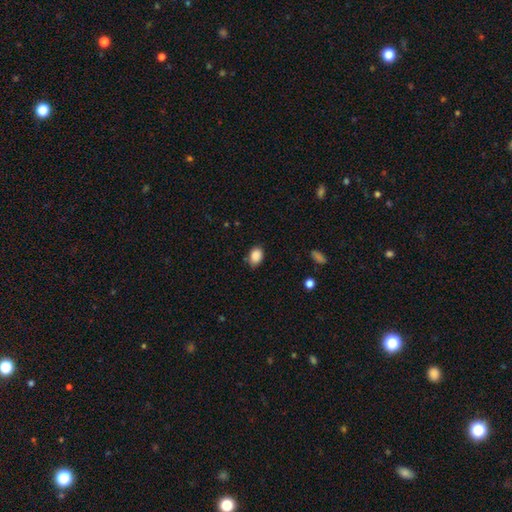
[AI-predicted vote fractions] Overall: smooth (88%). How rounded: in between (75%). Merging: none (76%).